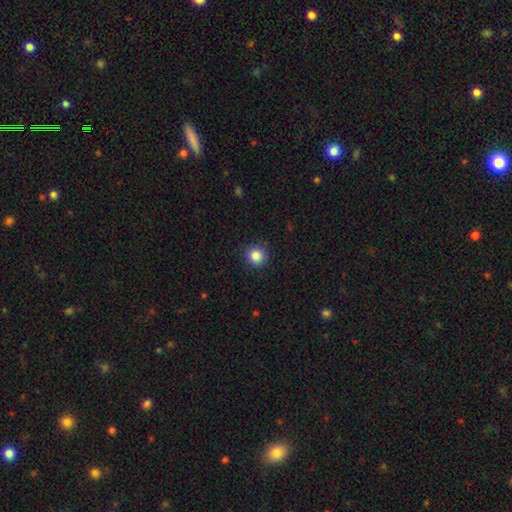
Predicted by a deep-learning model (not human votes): Q: Smooth or featured?
A: smooth (86%); runner-up: star or artifact (10%)
Q: How rounded?
A: round (92%); runner-up: in between (7%)
Q: Merging?
A: none (89%); runner-up: minor disturbance (8%)